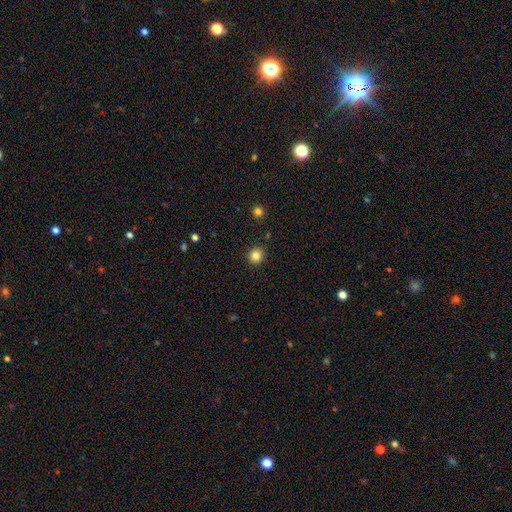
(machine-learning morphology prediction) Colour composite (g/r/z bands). It shows a smooth galaxy with no disk features (84%) that is round (91%). Merging: none (91%).